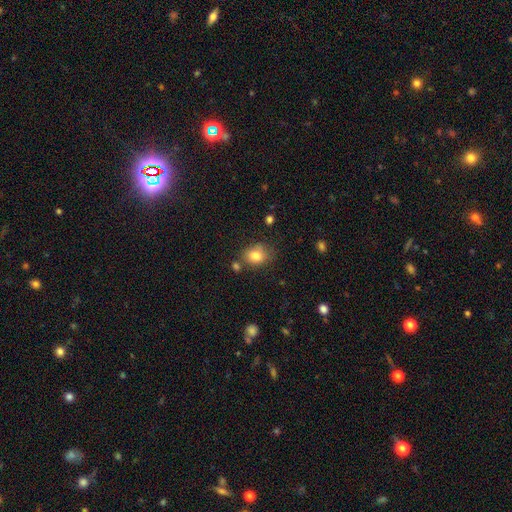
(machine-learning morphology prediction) This is clearly a smooth galaxy (81%). How rounded: possibly in between (54%). Merging: likely none (65%).